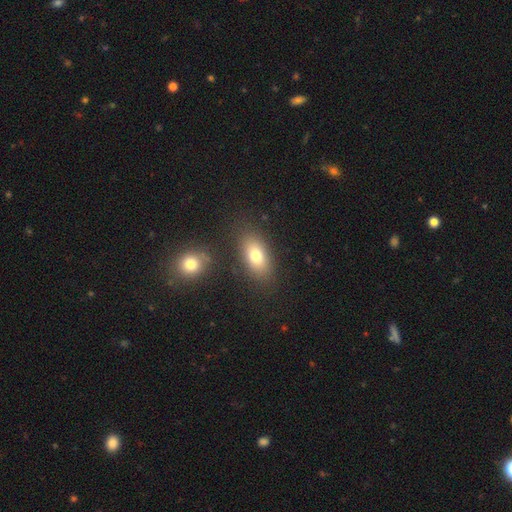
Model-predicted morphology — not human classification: smooth_or_featured: smooth (p=0.76) [alt: featured or disk p=0.14]
how_rounded: in between (p=0.87) [alt: round p=0.09]
merging: none (p=0.80) [alt: minor disturbance p=0.11]